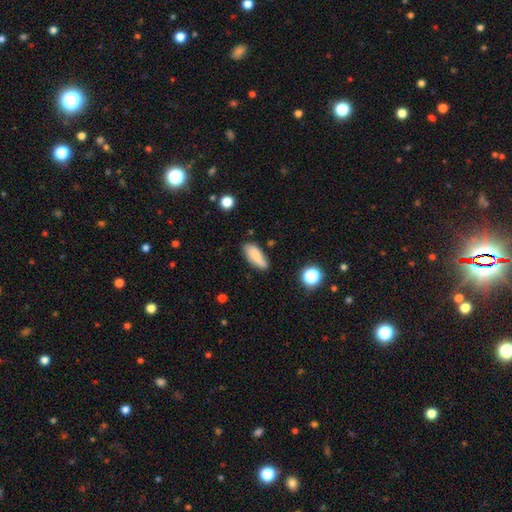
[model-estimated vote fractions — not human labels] smooth-or-featured: smooth: 78% | featured or disk: 14% | star or artifact: 8%
  how-rounded: in between: 77% | cigar-shaped: 20% | round: 3%
  merging: none: 72% | minor disturbance: 21% | major disturbance: 4% | merger: 3%